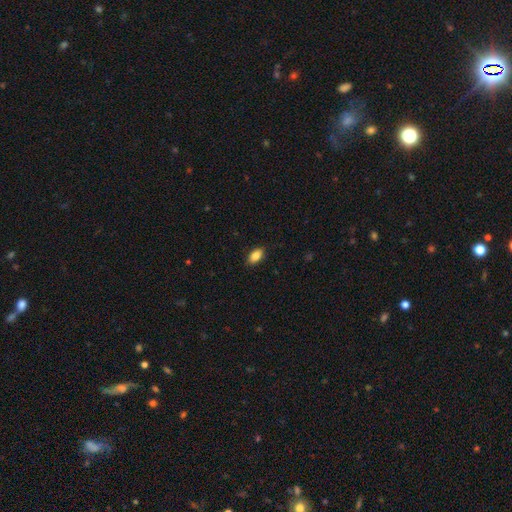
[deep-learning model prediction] This is clearly a smooth galaxy (87%). How rounded: clearly in between (91%). Merging: clearly none (88%).